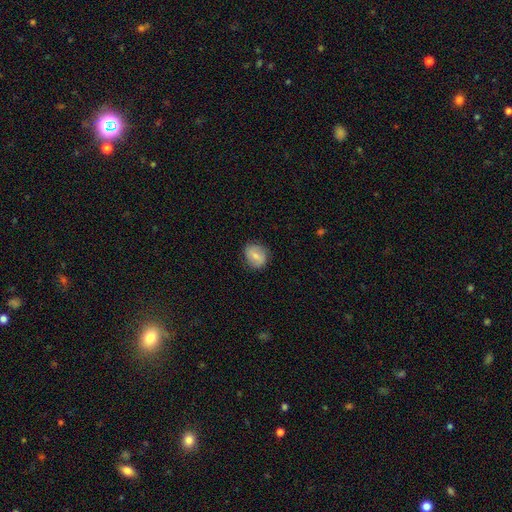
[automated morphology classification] Overall: smooth (63%; featured or disk 29%). How rounded: round (64%; in between 34%). Merging: none (82%).